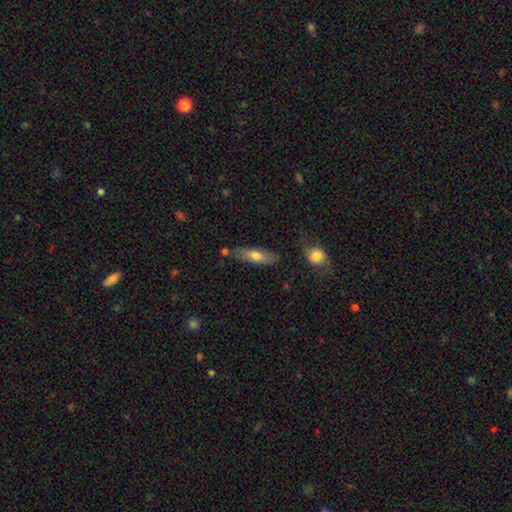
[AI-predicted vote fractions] Q: Smooth or featured?
A: smooth (64%); runner-up: featured or disk (30%)
Q: How rounded?
A: cigar-shaped (51%); runner-up: in between (47%)
Q: Merging?
A: none (73%); runner-up: minor disturbance (16%)